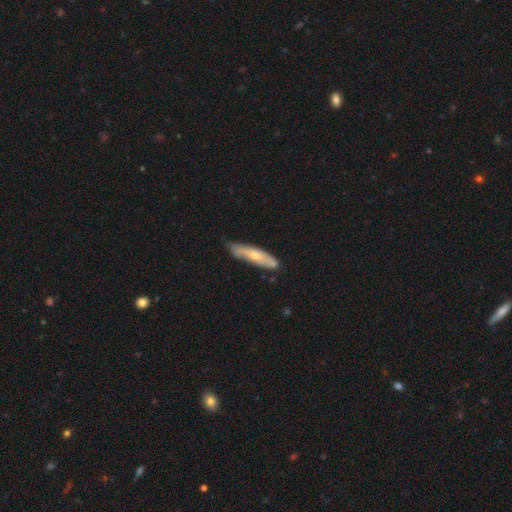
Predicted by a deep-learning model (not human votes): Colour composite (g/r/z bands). It shows a smooth galaxy with no disk features (49%). Merging: none (70%).